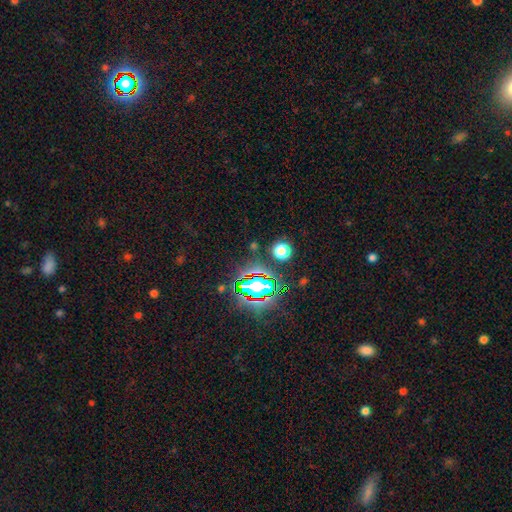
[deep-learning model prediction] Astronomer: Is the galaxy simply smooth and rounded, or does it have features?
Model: star or artifact — 76%.